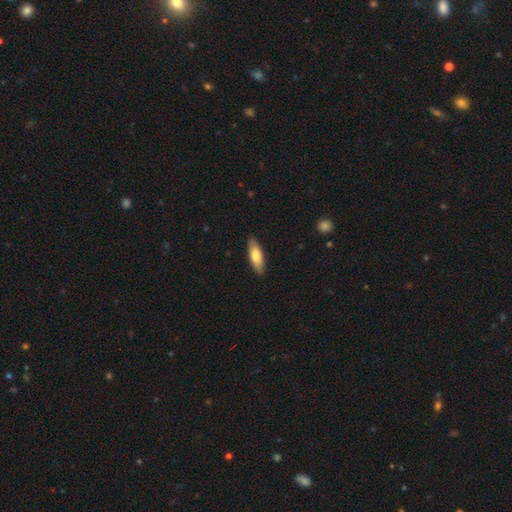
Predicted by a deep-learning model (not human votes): Q: Smooth or featured?
A: smooth (72%); runner-up: featured or disk (22%)
Q: How rounded?
A: in between (55%); runner-up: cigar-shaped (44%)
Q: Merging?
A: none (88%); runner-up: minor disturbance (9%)